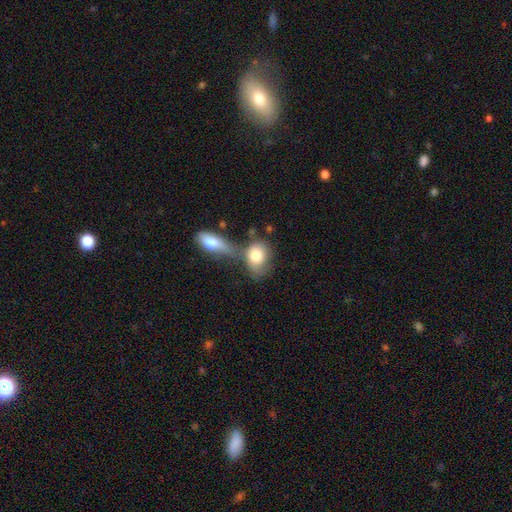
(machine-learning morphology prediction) Overall: smooth (78%). How rounded: in between (60%; round 38%). Merging: merger (46%; none 32%).